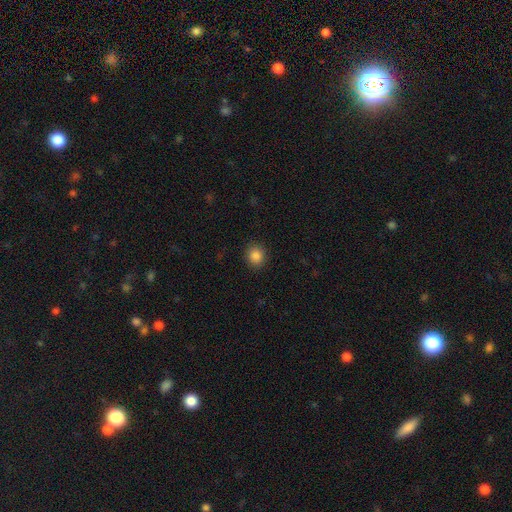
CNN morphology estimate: type=smooth (86%); roundness=round (85%); merging=none (90%).